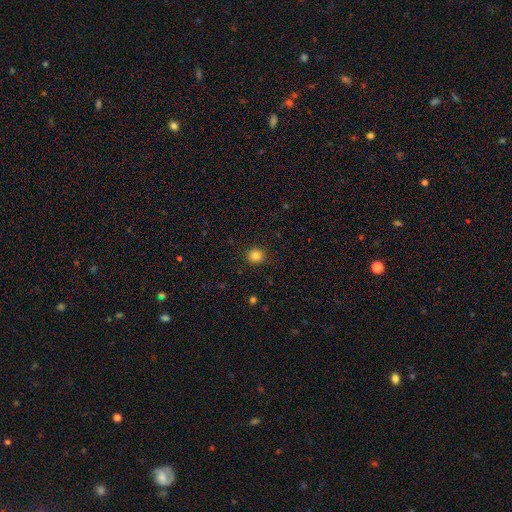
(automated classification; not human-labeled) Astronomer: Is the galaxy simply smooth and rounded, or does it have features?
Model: smooth — 84%.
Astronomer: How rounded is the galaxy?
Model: round — 90%.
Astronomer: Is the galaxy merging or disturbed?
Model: none — 91%.